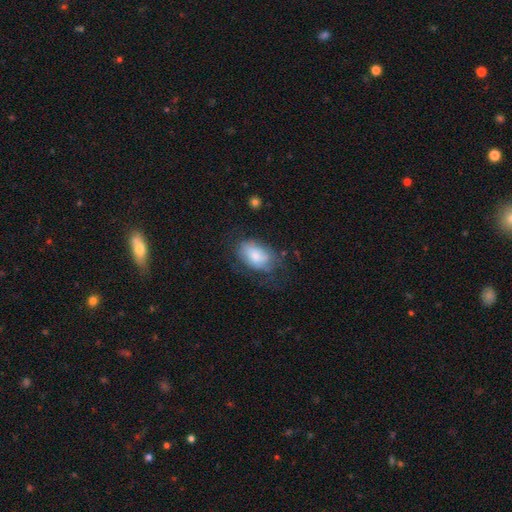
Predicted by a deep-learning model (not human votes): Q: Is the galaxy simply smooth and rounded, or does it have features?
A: smooth — 70%.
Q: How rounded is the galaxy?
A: in between — 90%.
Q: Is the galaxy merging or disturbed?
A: none — 53%.